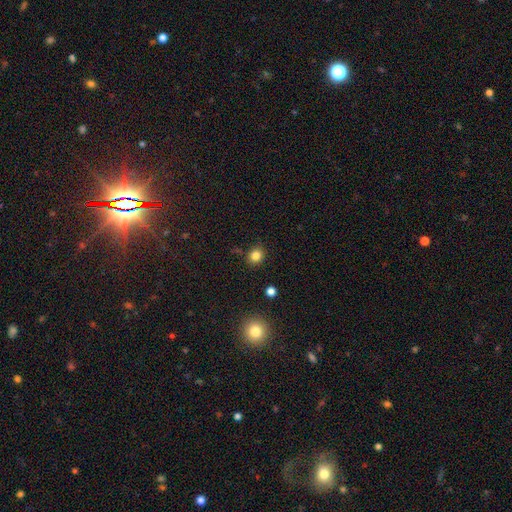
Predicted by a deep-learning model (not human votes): Smooth or featured?
  - smooth: 82% *
  - star or artifact: 13%
  - featured or disk: 5%
How rounded?
  - round: 79% *
  - in between: 20%
  - cigar-shaped: 1%
Merging?
  - none: 86% *
  - minor disturbance: 10%
  - major disturbance: 2%
  - merger: 2%